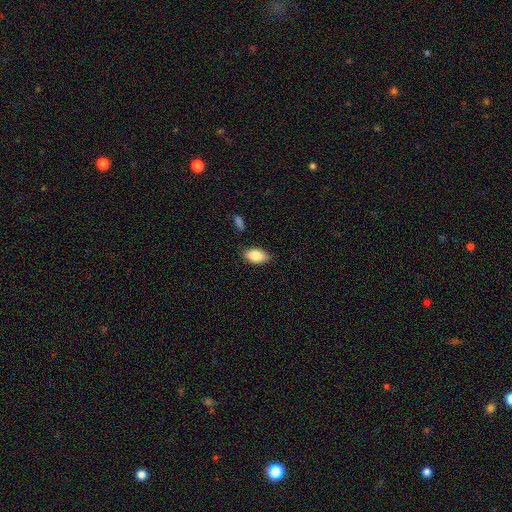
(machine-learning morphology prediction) Overall: smooth (84%). How rounded: in between (92%). Merging: none (83%).